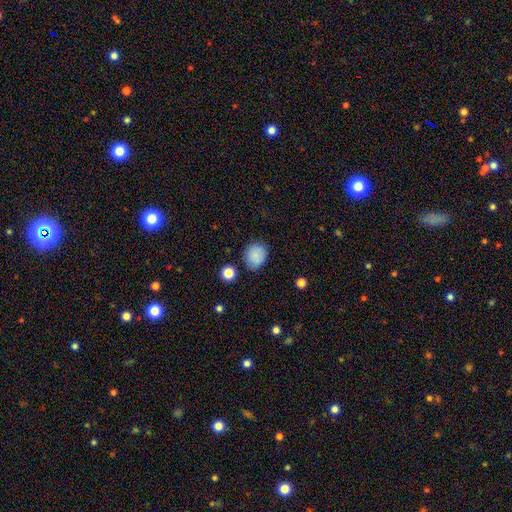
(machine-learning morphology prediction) The model was most divided on "how rounded": round: 64%, in between: 36%, cigar-shaped: 1%. More confident: smooth or featured — smooth (86%); merging — none (79%).